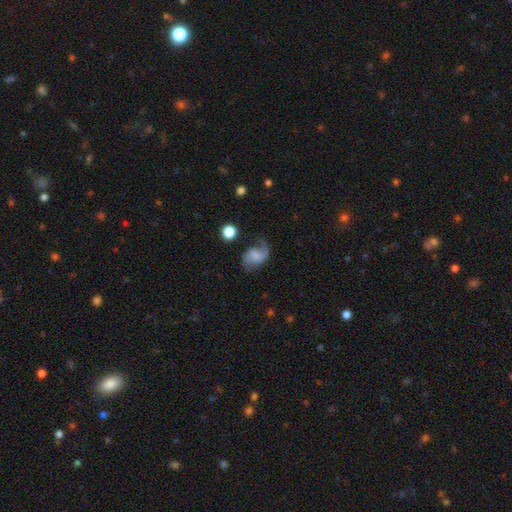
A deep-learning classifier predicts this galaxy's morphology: Overall: featured or disk (71%). Edge-on disk: no (98%). Bar: weak (49%; no 35%). Spiral arms: yes (94%). Spiral arm count: 2 (82%). Spiral winding: loose (57%; medium 34%). Bulge size: none (40%; small 28%). Merging: none (64%).